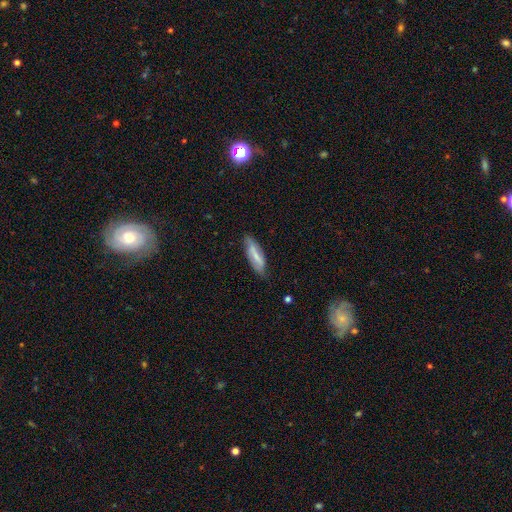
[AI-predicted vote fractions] The model was most divided on "how rounded": in between: 51%, cigar-shaped: 47%, round: 2%. More confident: merging — none (73%); smooth or featured — smooth (52%).